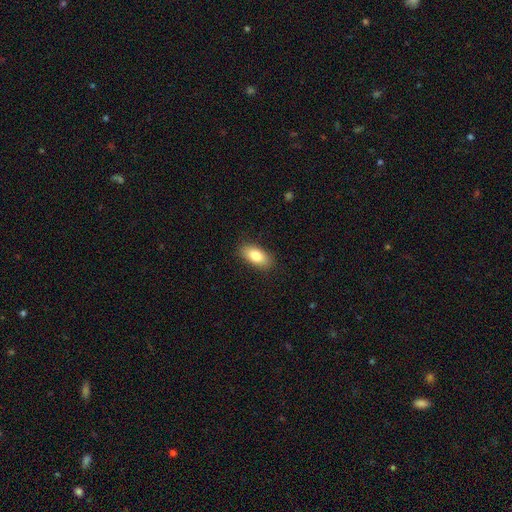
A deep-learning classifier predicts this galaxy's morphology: This is clearly a smooth galaxy (82%). How rounded: clearly in between (90%). Merging: clearly none (88%).